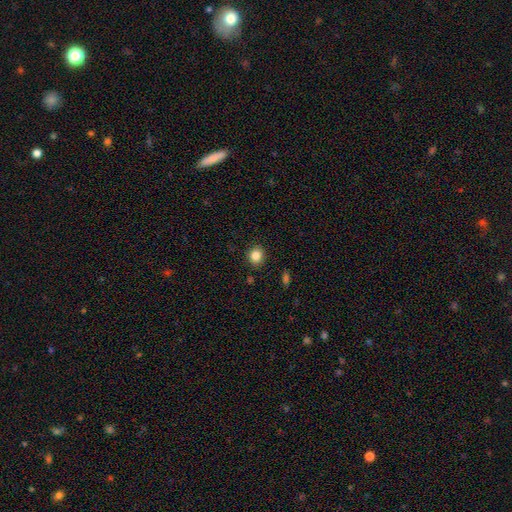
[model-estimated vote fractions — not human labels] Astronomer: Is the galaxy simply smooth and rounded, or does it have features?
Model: smooth — 85%.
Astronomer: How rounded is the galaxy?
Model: round — 76%.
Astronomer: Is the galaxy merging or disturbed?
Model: none — 88%.